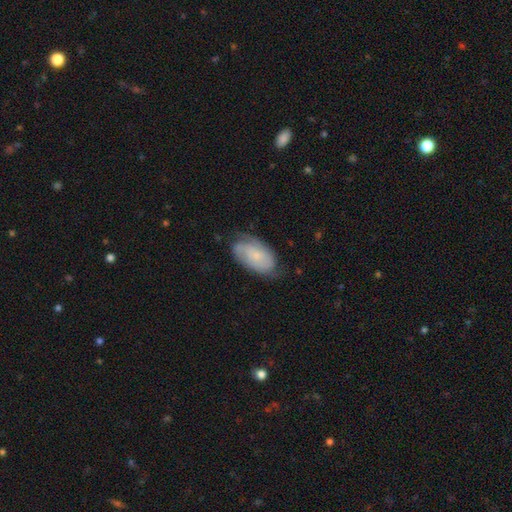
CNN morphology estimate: featured or disk 51%, smooth 41%, star or artifact 7%. Down the decision tree: edge-on disk — no (95%); merging — none (63%).